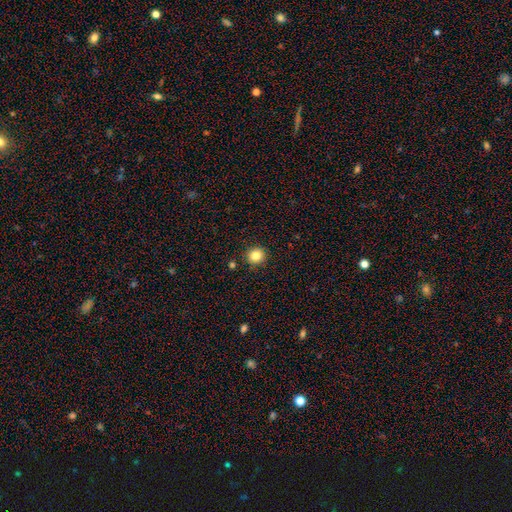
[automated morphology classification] This is clearly a smooth galaxy (84%). How rounded: clearly round (92%). Merging: clearly none (91%).